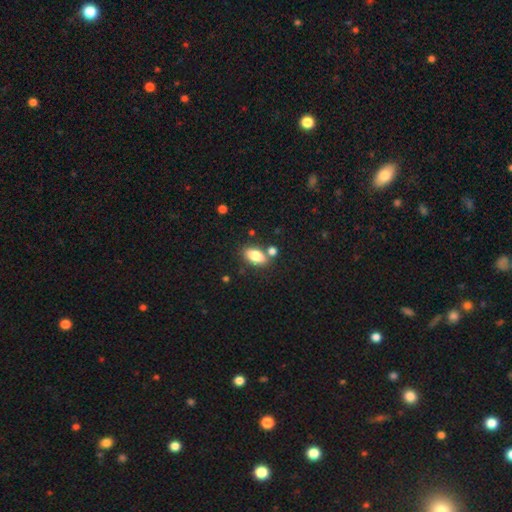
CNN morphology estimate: Smooth or featured: smooth — 82% (featured or disk — 10%)
How rounded: in between — 88% (round — 7%)
Merging: none — 69% (merger — 16%)